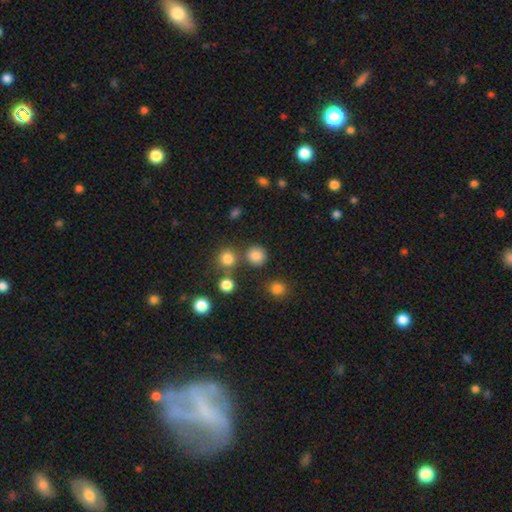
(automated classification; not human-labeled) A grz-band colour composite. It shows a smooth galaxy with no disk features (81%) that is round (89%). Merging: none (78%).